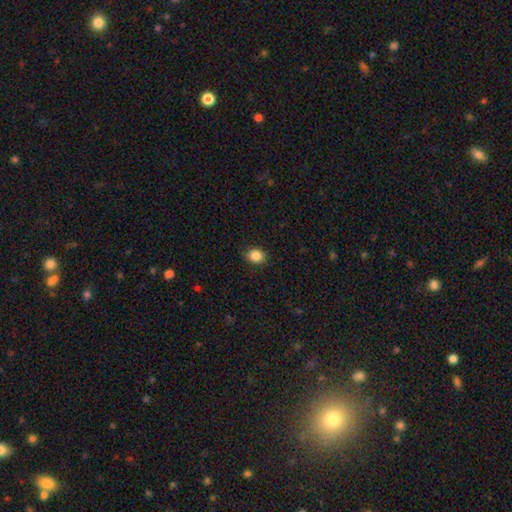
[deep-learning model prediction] Q: Smooth or featured?
A: smooth (87%); runner-up: star or artifact (10%)
Q: How rounded?
A: round (59%); runner-up: in between (40%)
Q: Merging?
A: none (88%); runner-up: minor disturbance (9%)